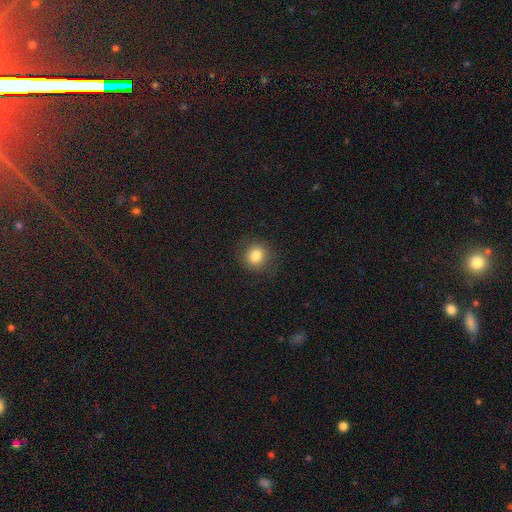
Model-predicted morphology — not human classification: Smooth or featured?
  - smooth: 82% *
  - star or artifact: 11%
  - featured or disk: 6%
How rounded?
  - round: 80% *
  - in between: 19%
  - cigar-shaped: 1%
Merging?
  - none: 85% *
  - minor disturbance: 10%
  - major disturbance: 4%
  - merger: 1%